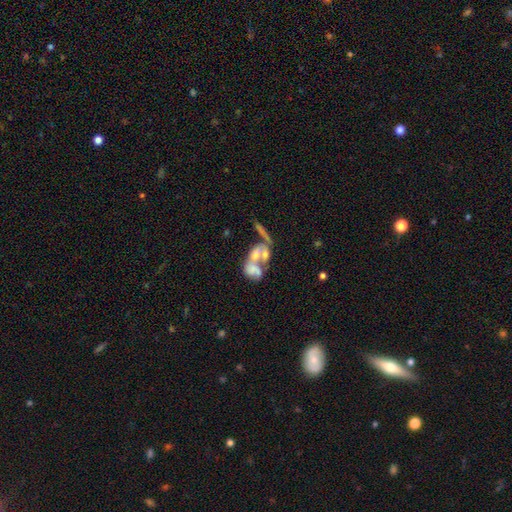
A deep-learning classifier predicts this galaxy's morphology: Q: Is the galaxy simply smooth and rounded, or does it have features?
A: featured or disk — 53%.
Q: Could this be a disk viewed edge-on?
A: no — 94%.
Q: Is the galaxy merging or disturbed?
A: merger — 67%.